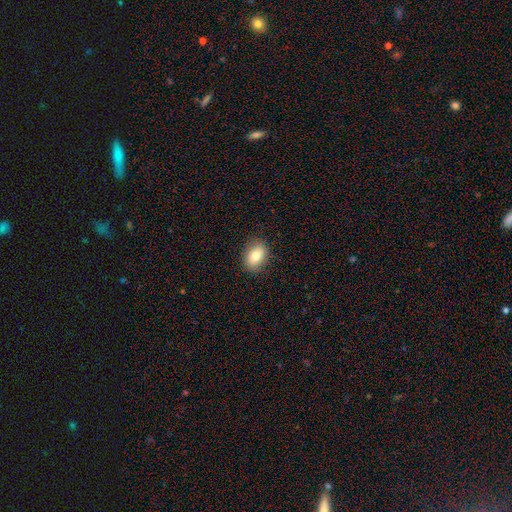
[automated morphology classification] A smooth galaxy with no disk features (81%) that is in between round and cigar-shaped (79%). Merging: none (87%).